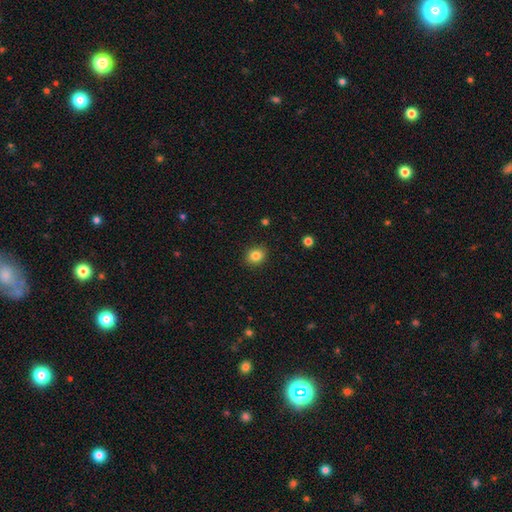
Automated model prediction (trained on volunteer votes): smooth_or_featured: smooth (p=0.84) [alt: star or artifact p=0.11]
how_rounded: round (p=0.64) [alt: in between p=0.35]
merging: none (p=0.90) [alt: minor disturbance p=0.07]